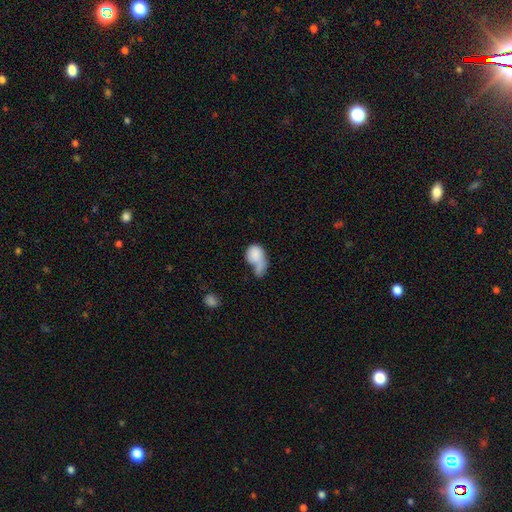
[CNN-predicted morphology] Overall: smooth (77%). How rounded: in between (63%; round 35%). Merging: merger (32%; major disturbance 30%).